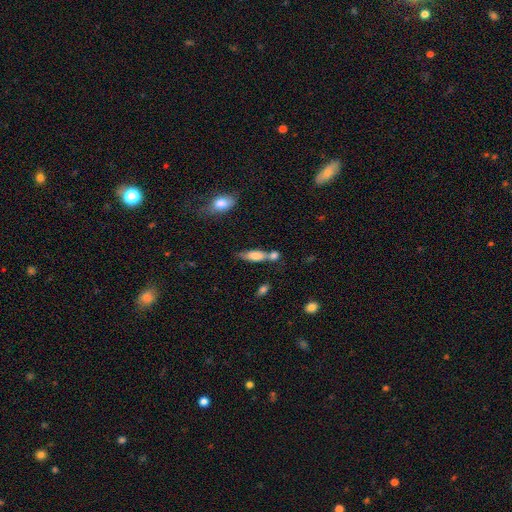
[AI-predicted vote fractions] A smooth galaxy with no disk features (71%) that is in between round and cigar-shaped (58%). Merging: none (46%).